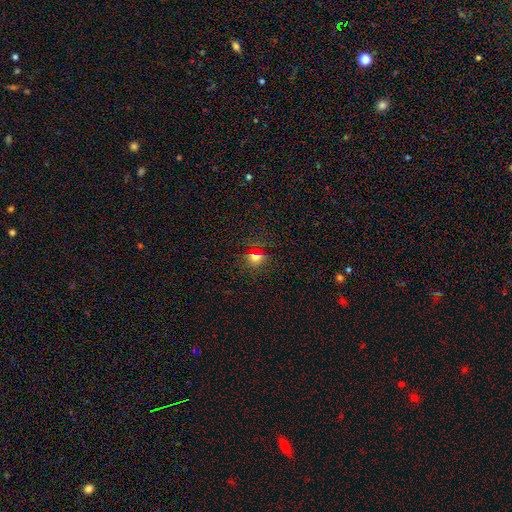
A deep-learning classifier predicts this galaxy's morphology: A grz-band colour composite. It shows a smooth galaxy with no disk features (63%) that is round (57%). Merging: none (83%).